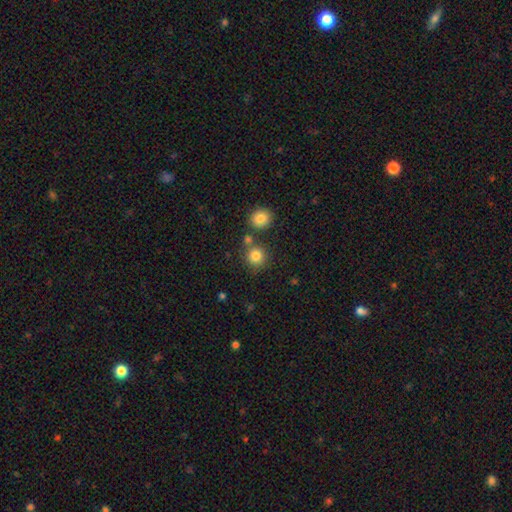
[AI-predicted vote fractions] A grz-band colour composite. It shows a smooth galaxy with no disk features (83%) that is round (90%). Merging: none (74%).